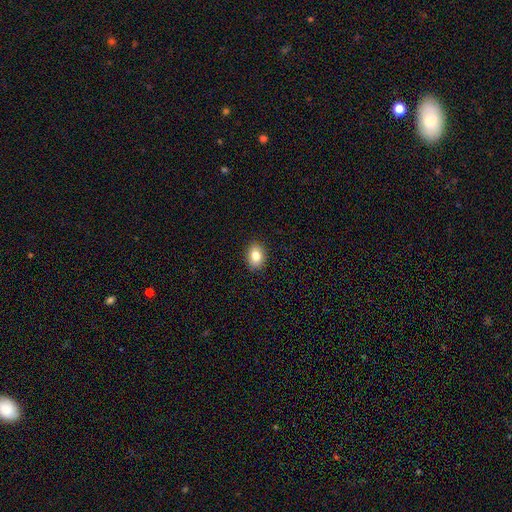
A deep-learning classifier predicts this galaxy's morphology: smooth_or_featured: smooth (p=0.84) [alt: star or artifact p=0.09]
how_rounded: in between (p=0.65) [alt: round p=0.34]
merging: none (p=0.90) [alt: minor disturbance p=0.08]